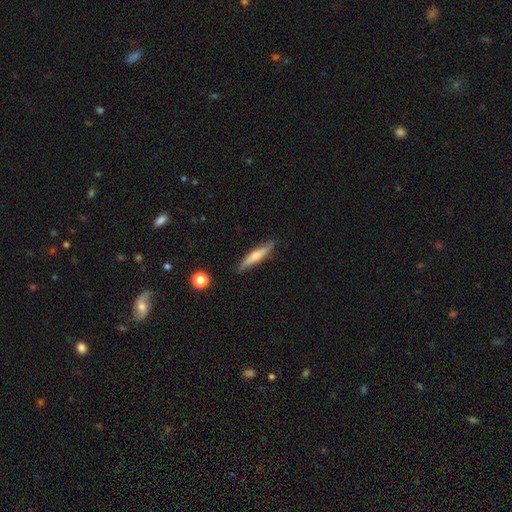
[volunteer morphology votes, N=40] Volunteers were most divided on "smooth or featured": featured or disk: 52%, smooth: 42%, star or artifact: 5%. More confident: edge-on disk — yes (95%); edge-on bulge — rounded (80%); merging — none (66%).